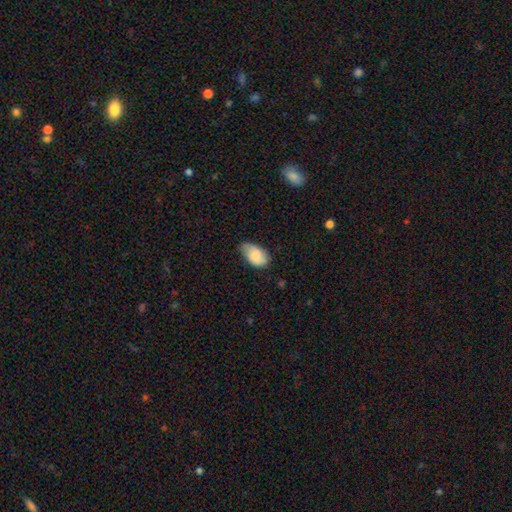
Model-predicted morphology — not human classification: Smooth or featured? Predicted: smooth (p=0.76). How rounded? Predicted: in between (p=0.93). Merging? Predicted: none (p=0.60).